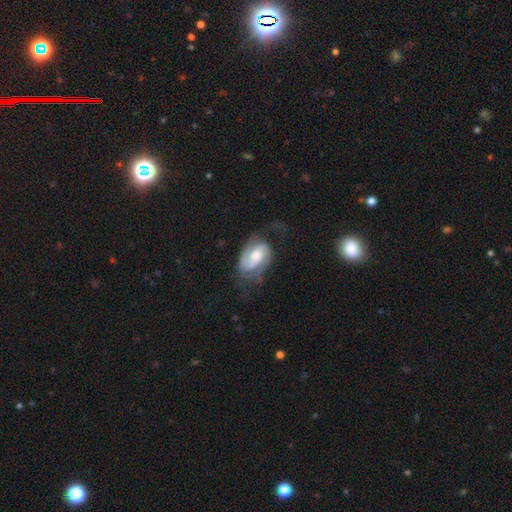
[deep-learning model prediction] A featured or disk galaxy (67%) with no bar (55%), 2 (68%) medium (41%) spiral arms (87%) and a moderate central bulge (59%).

Vote fractions:
- Smooth or featured? featured or disk: 67% / smooth: 27% / star or artifact: 6%
- Edge-on disk? no: 96% / yes: 4%
- Bar? no: 55% / weak: 35% / strong: 10%
- Spiral arms? yes: 87% / no: 13%
- Spiral winding? medium: 41% / tight: 34% / loose: 25%
- Spiral arm count? 2: 68% / can't tell: 16% / 1: 10% / 3: 4% / 4: 1% / more than 4: 1%
- Bulge size? moderate: 59% / small: 27% / large: 10% / none: 2% / dominant: 2%
- Merging? none: 48% / major disturbance: 26% / minor disturbance: 25% / merger: 2%